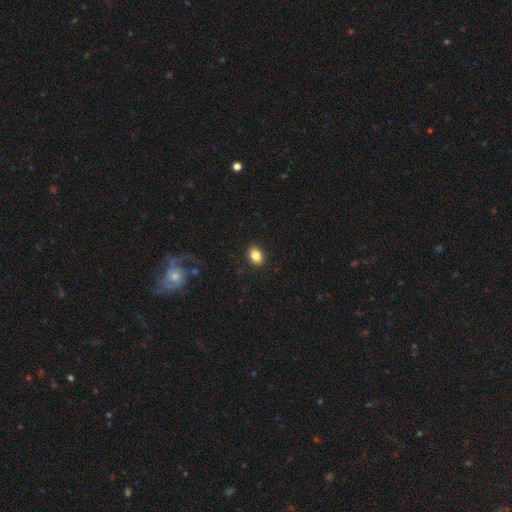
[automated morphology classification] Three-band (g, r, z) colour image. It shows a smooth galaxy with no disk features (85%) that is in between round and cigar-shaped (77%). Merging: none (90%).